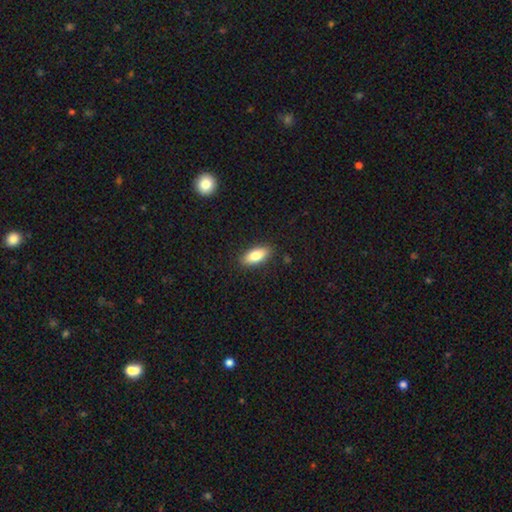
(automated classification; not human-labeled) Smooth or featured? smooth (81%)
How rounded? in between (81%)
Merging? none (88%)